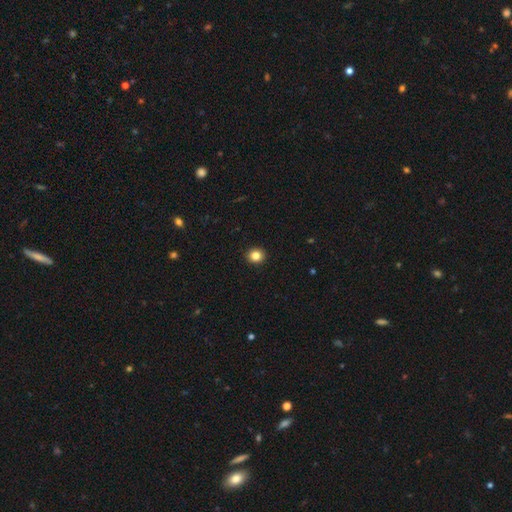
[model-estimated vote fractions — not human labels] Smooth or featured? smooth (84%)
How rounded? round (87%)
Merging? none (94%)